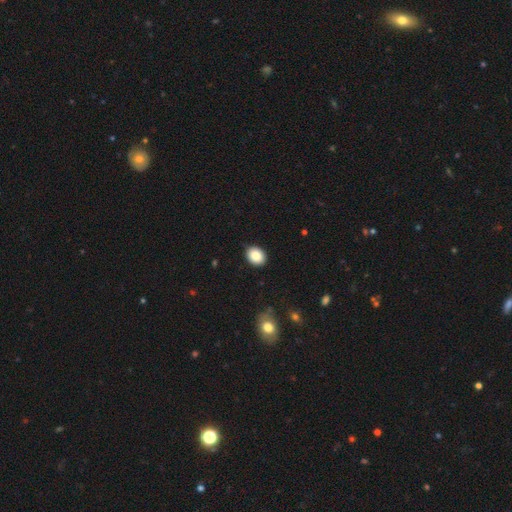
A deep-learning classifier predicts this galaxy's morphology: smooth_or_featured: smooth (p=0.87) [alt: star or artifact p=0.08]
how_rounded: in between (p=0.60) [alt: round p=0.39]
merging: none (p=0.89) [alt: minor disturbance p=0.08]